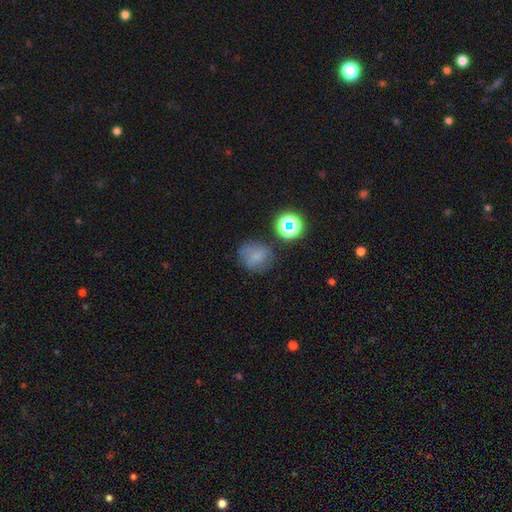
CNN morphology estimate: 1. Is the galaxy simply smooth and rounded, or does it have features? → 68% smooth, 20% star or artifact, 13% featured or disk.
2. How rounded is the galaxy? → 74% round, 25% in between, 1% cigar-shaped.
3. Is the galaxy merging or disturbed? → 64% none, 21% minor disturbance, 9% major disturbance, 6% merger.